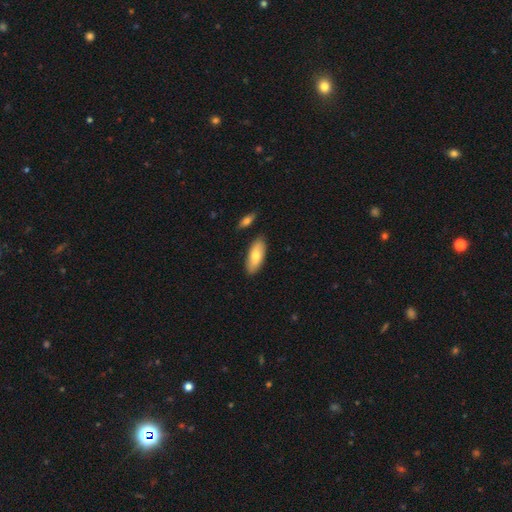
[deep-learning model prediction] Smooth or featured? smooth (75%)
How rounded? in between (83%)
Merging? none (85%)